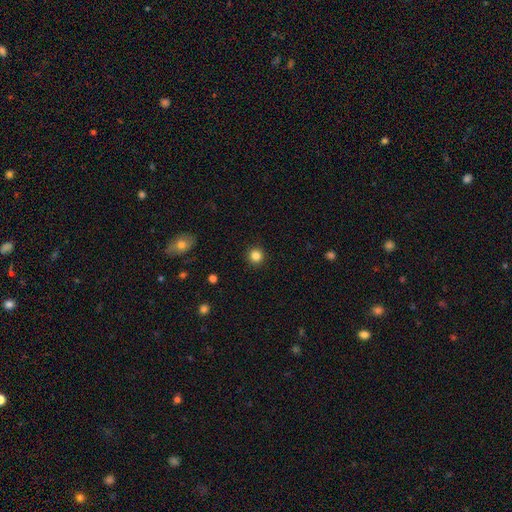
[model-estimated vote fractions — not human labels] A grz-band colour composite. It shows a smooth galaxy with no disk features (85%) that is round (95%). Merging: none (92%).